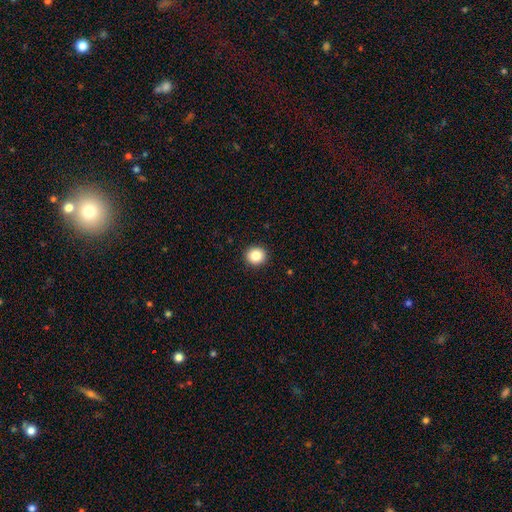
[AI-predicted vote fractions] smooth_or_featured: smooth (p=0.86) [alt: star or artifact p=0.09]
how_rounded: round (p=0.85) [alt: in between p=0.14]
merging: none (p=0.93) [alt: minor disturbance p=0.05]